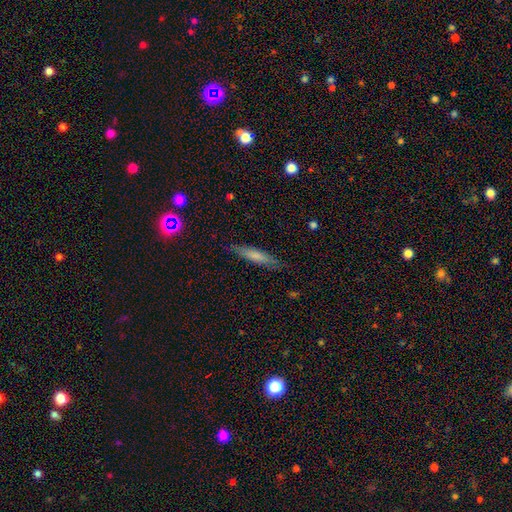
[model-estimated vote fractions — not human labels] smooth-or-featured: smooth: 63% | featured or disk: 30% | star or artifact: 8%
  how-rounded: cigar-shaped: 86% | in between: 12% | round: 2%
  merging: none: 84% | minor disturbance: 12% | major disturbance: 3% | merger: 1%